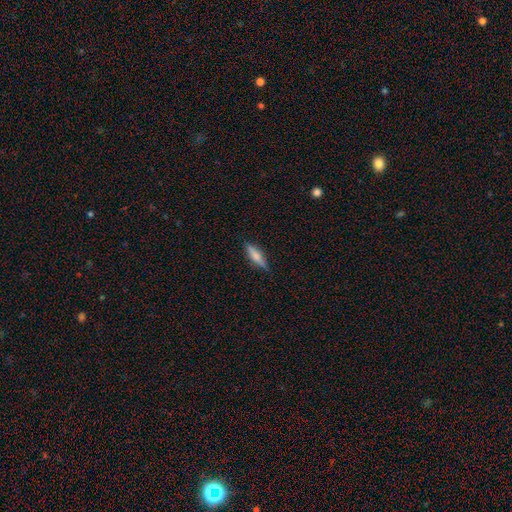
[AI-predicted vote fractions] A smooth galaxy with no disk features (57%) that is cigar-shaped (74%).

Vote fractions:
- Smooth or featured? smooth: 57% / featured or disk: 36% / star or artifact: 7%
- How rounded? cigar-shaped: 74% / in between: 24% / round: 2%
- Merging? none: 85% / minor disturbance: 12% / major disturbance: 2% / merger: 1%